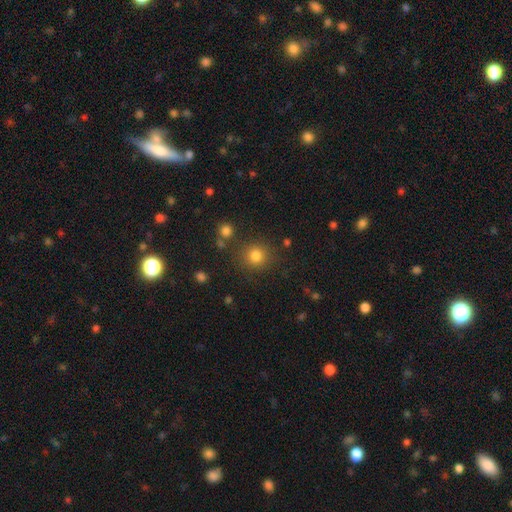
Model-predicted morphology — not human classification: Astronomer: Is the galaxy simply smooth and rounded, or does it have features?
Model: smooth — 81%.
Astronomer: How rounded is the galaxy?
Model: round — 90%.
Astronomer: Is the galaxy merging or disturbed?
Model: none — 83%.